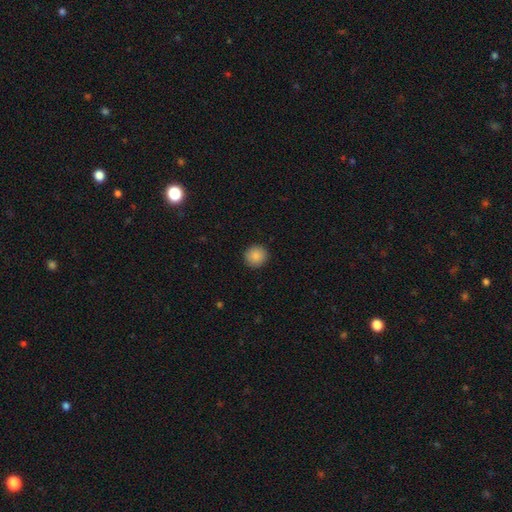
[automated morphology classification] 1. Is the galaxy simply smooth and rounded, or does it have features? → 88% smooth, 9% star or artifact, 3% featured or disk.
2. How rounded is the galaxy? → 93% round, 6% in between, 1% cigar-shaped.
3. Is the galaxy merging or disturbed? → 92% none, 5% minor disturbance, 2% major disturbance, 1% merger.